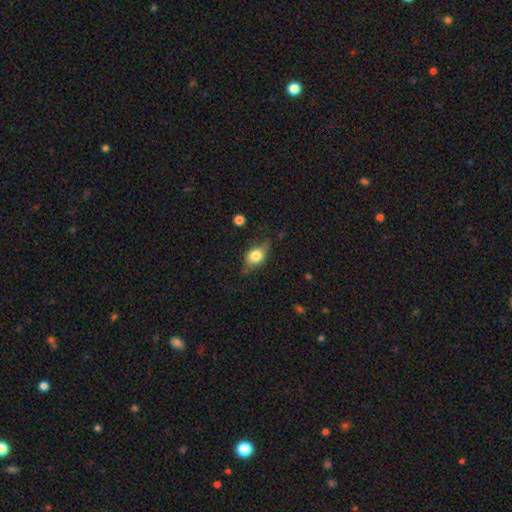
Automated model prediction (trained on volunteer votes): Morphology: type=smooth (63%); roundness=in between (66%); merging=none (66%).